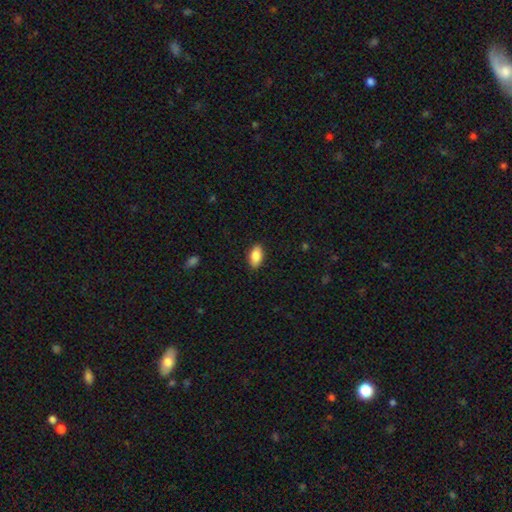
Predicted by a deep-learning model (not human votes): smooth_or_featured: smooth (p=0.87) [alt: star or artifact p=0.07]
how_rounded: in between (p=0.92) [alt: cigar-shaped p=0.04]
merging: none (p=0.89) [alt: minor disturbance p=0.08]